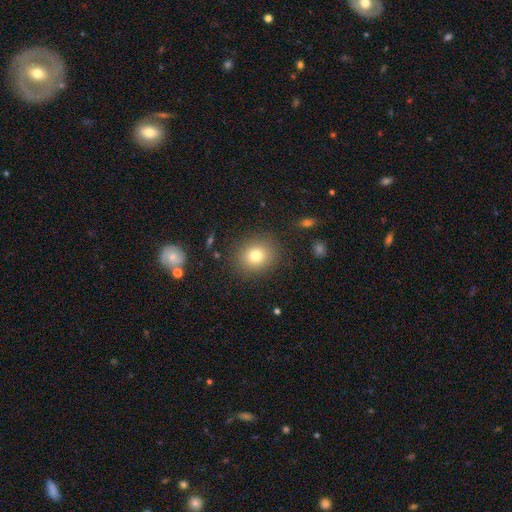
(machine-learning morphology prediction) This appears to be a smooth galaxy with no disk features (78%) that is round (76%). Merging: none (87%).